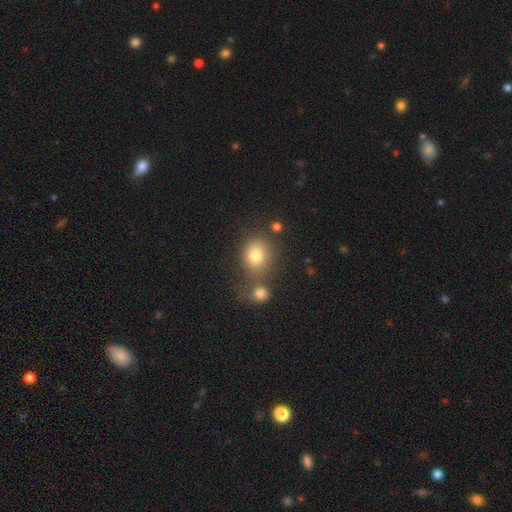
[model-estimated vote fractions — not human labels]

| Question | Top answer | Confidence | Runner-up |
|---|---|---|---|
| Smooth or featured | smooth | 79% | star or artifact (12%) |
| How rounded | round | 71% | in between (28%) |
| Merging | none | 54% | merger (28%) |